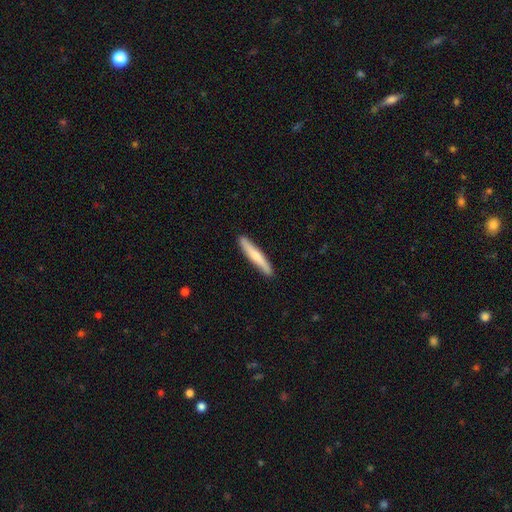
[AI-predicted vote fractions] Morphology: type=smooth (64%); roundness=cigar-shaped (94%); merging=none (90%).